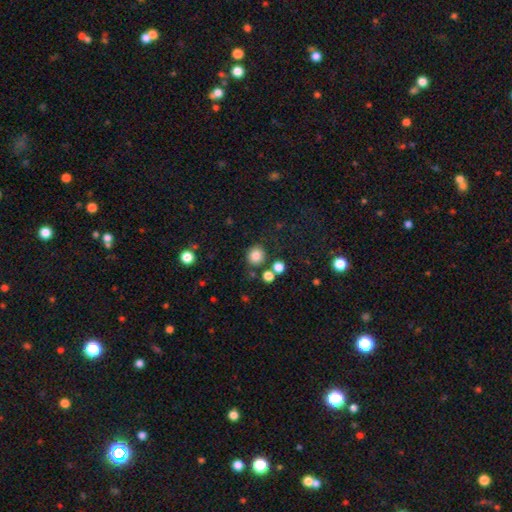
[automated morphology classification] This appears to be a smooth galaxy with no disk features (83%) that is round (84%). Merging: none (78%).